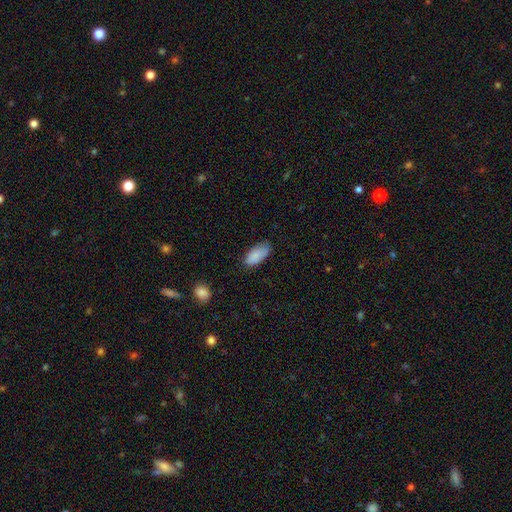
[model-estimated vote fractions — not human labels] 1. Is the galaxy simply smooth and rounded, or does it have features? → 87% smooth, 7% featured or disk, 7% star or artifact.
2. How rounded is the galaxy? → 91% in between, 7% cigar-shaped, 2% round.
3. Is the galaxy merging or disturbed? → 76% none, 19% minor disturbance, 3% major disturbance, 1% merger.